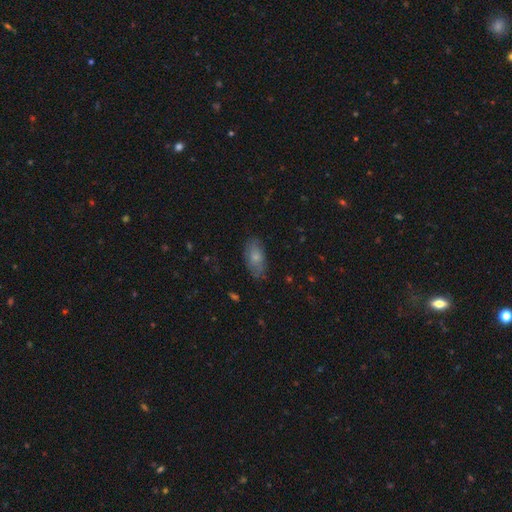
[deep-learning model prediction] A smooth galaxy with no disk features (62%) that is in between round and cigar-shaped (87%).

Vote fractions:
- Smooth or featured? smooth: 62% / featured or disk: 25% / star or artifact: 13%
- How rounded? in between: 87% / cigar-shaped: 8% / round: 5%
- Merging? none: 80% / minor disturbance: 15% / major disturbance: 3% / merger: 1%